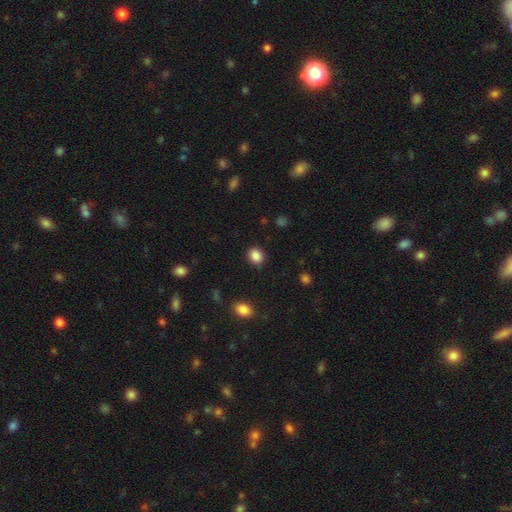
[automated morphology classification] Smooth or featured?
  - smooth: 87% *
  - star or artifact: 10%
  - featured or disk: 4%
How rounded?
  - round: 65% *
  - in between: 34%
  - cigar-shaped: 1%
Merging?
  - none: 88% *
  - minor disturbance: 8%
  - major disturbance: 3%
  - merger: 1%